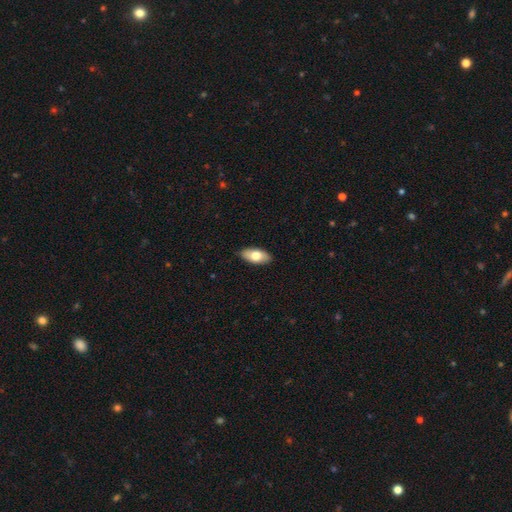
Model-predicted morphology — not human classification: A smooth galaxy with no disk features (72%) that is in between round and cigar-shaped (92%). Merging: none (88%).